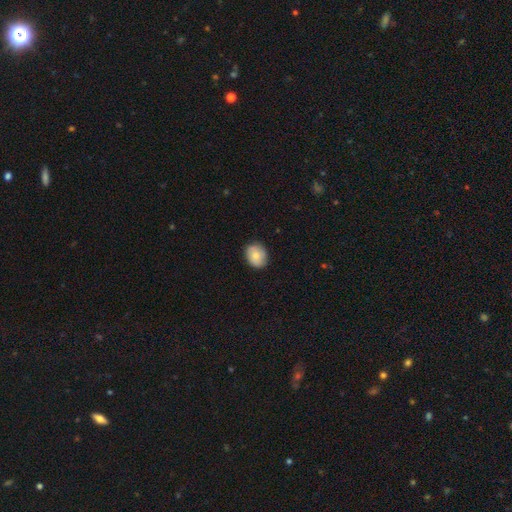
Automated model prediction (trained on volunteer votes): This appears to be a smooth galaxy with no disk features (77%) that is round (55%). Merging: none (85%).